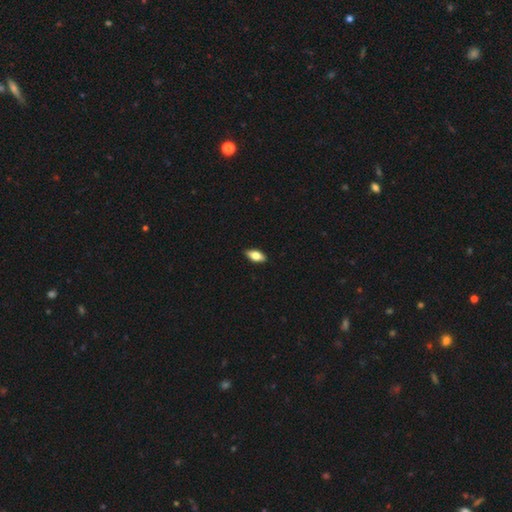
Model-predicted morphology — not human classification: The model was most divided on "smooth or featured": smooth: 73%, featured or disk: 20%, star or artifact: 7%. More confident: merging — none (90%); how rounded — in between (87%).